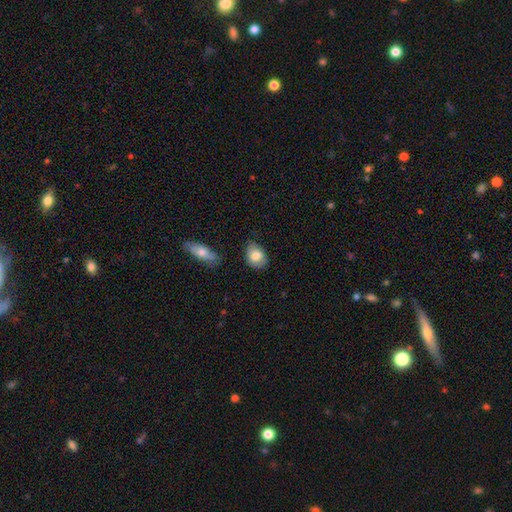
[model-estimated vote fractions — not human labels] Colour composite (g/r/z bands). It shows a smooth galaxy with no disk features (81%) that is in between round and cigar-shaped (75%). Merging: none (71%).